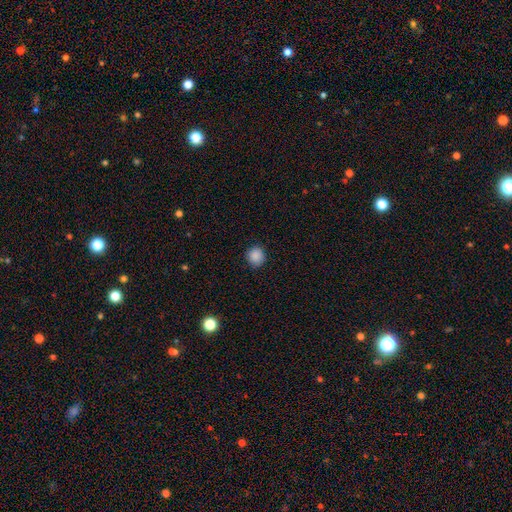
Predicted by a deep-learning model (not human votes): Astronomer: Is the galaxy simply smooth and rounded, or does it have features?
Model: smooth — 87%.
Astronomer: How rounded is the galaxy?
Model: round — 90%.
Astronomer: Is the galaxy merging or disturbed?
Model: none — 88%.